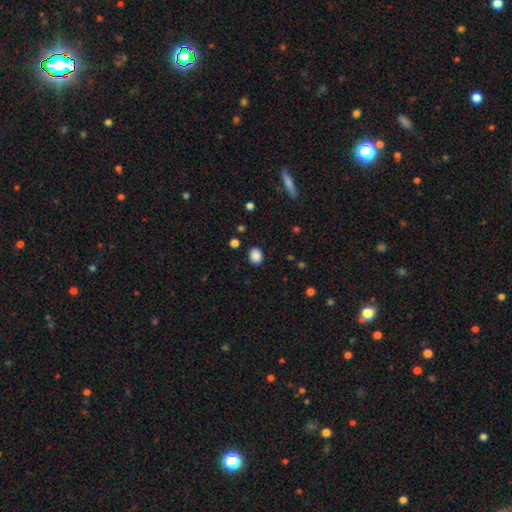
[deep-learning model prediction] Overall: smooth (87%). How rounded: in between (58%; round 41%). Merging: none (87%).